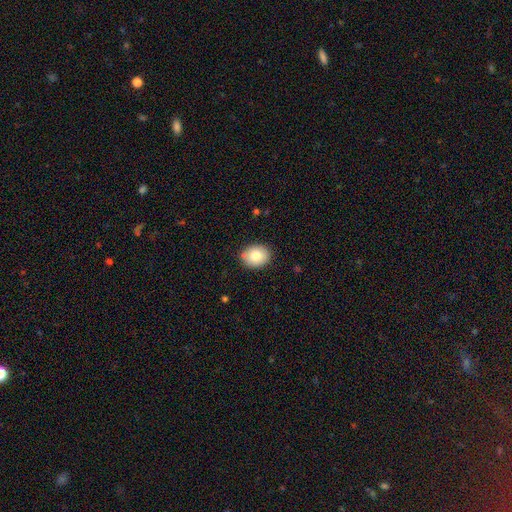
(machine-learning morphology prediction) Smooth or featured? Predicted: smooth (p=0.80). How rounded? Predicted: in between (p=0.52). Merging? Predicted: none (p=0.86).